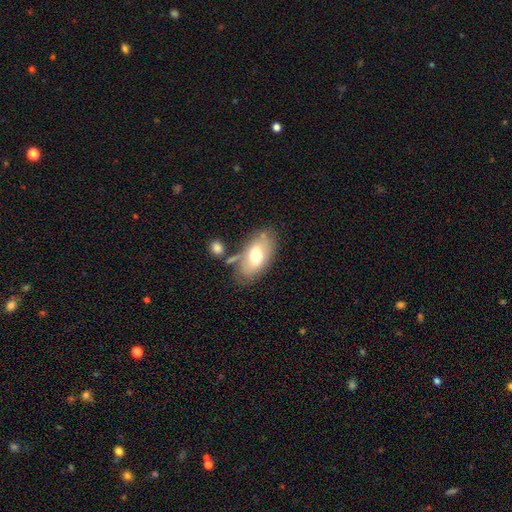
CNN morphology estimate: Smooth or featured? smooth (64%)
How rounded? in between (92%)
Merging? none (62%)